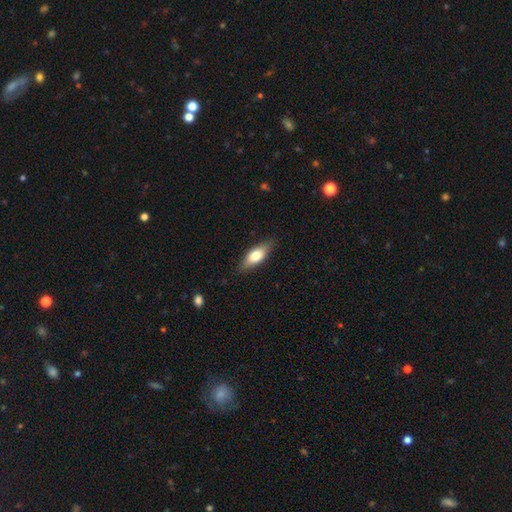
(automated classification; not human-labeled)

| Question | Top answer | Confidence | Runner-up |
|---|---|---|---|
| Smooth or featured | smooth | 66% | featured or disk (28%) |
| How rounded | in between | 69% | cigar-shaped (28%) |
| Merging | none | 83% | minor disturbance (13%) |